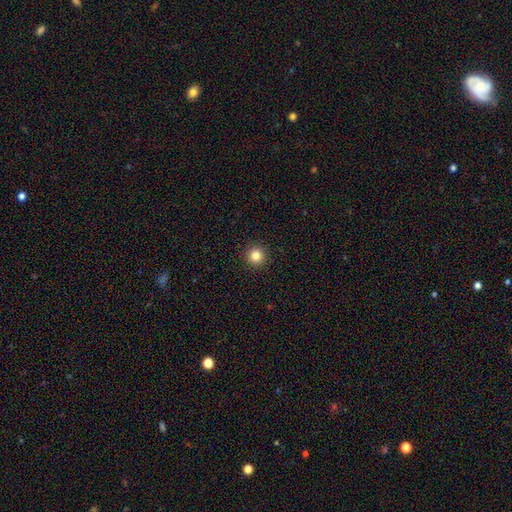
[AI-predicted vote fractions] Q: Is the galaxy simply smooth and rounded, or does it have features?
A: smooth — 83%.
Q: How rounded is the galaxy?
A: round — 96%.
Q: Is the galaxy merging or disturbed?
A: none — 93%.